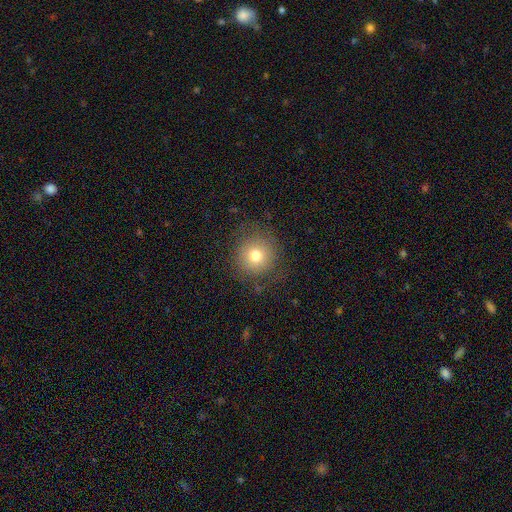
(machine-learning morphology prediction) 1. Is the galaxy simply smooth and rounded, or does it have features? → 74% smooth, 13% star or artifact, 12% featured or disk.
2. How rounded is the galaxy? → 94% round, 6% in between, 1% cigar-shaped.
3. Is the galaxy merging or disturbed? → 82% none, 11% minor disturbance, 6% major disturbance, 1% merger.